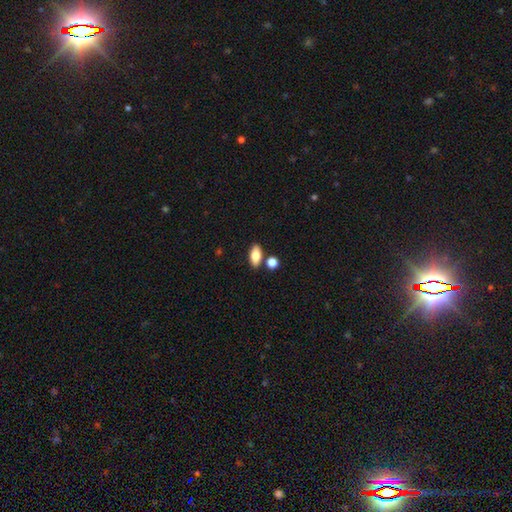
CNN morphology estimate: Smooth or featured? Predicted: smooth (p=0.78). How rounded? Predicted: in between (p=0.85). Merging? Predicted: none (p=0.78).